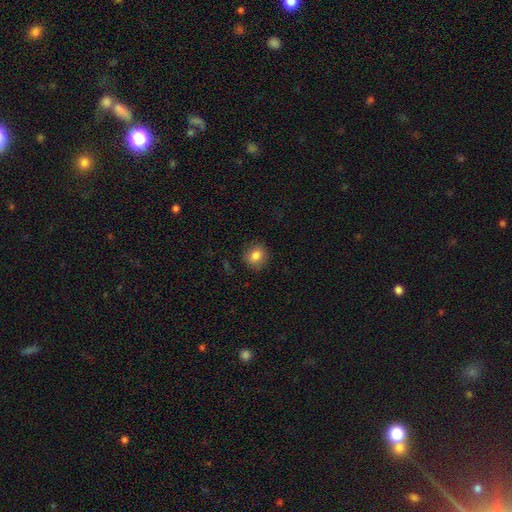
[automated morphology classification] Smooth or featured: smooth — 83% (star or artifact — 10%)
How rounded: round — 81% (in between — 18%)
Merging: none — 88% (minor disturbance — 8%)